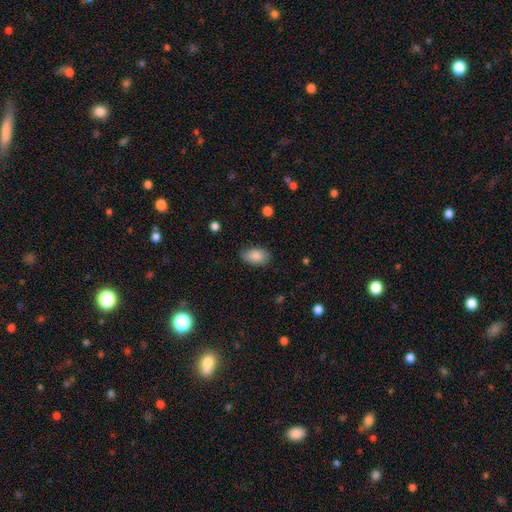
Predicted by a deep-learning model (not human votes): A smooth galaxy with no disk features (85%) that is in between round and cigar-shaped (91%).

Vote fractions:
- Smooth or featured? smooth: 85% / featured or disk: 8% / star or artifact: 7%
- How rounded? in between: 91% / round: 7% / cigar-shaped: 1%
- Merging? none: 72% / minor disturbance: 22% / major disturbance: 4% / merger: 1%